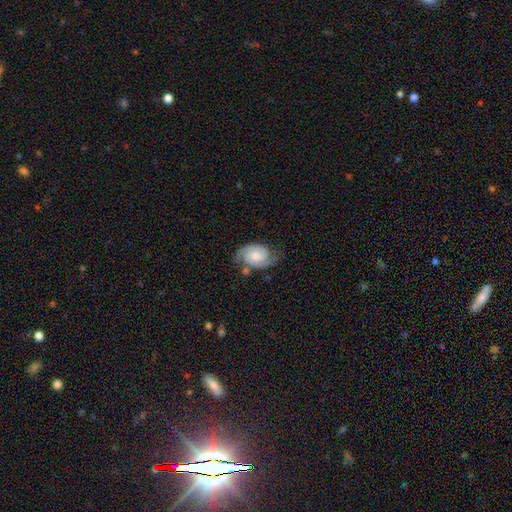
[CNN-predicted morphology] Smooth or featured? Predicted: featured or disk (p=0.84). Edge-on disk? Predicted: no (p=0.98). Bar? Predicted: no (p=0.61). Spiral arms? Predicted: yes (p=0.97). Spiral winding? Predicted: tight (p=0.52). Spiral arm count? Predicted: 2 (p=0.91). Bulge size? Predicted: moderate (p=0.40). Merging? Predicted: none (p=0.71).